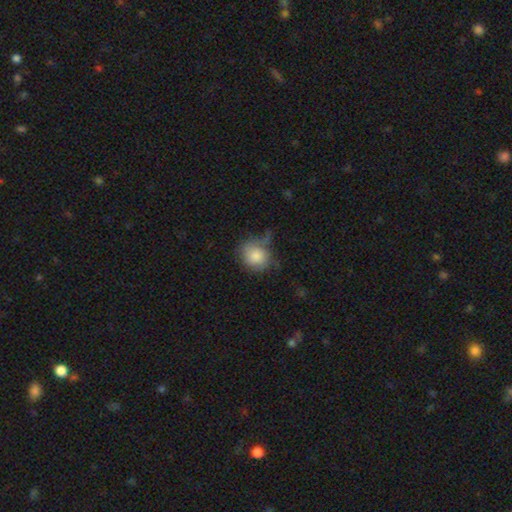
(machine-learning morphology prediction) Overall: smooth (84%). How rounded: round (80%). Merging: none (53%; minor disturbance 29%).